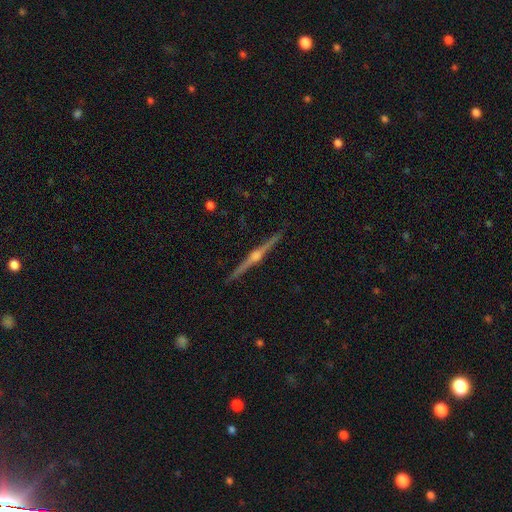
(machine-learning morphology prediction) This appears to be a featured or disk galaxy (89%) viewed edge-on (99%) with a rounded central bulge (92%). Merging: none (93%).